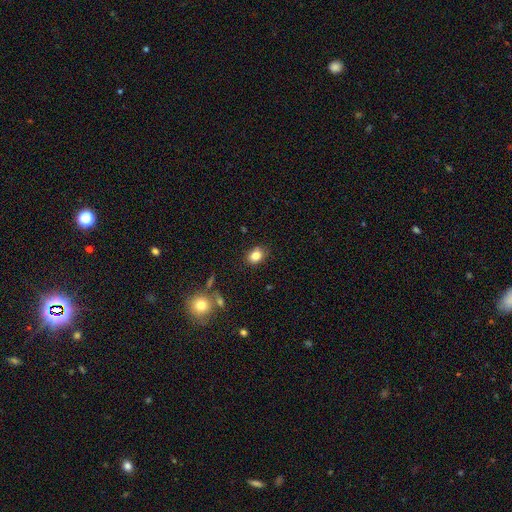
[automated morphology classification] Overall: smooth (83%). How rounded: in between (54%; round 45%). Merging: none (81%).